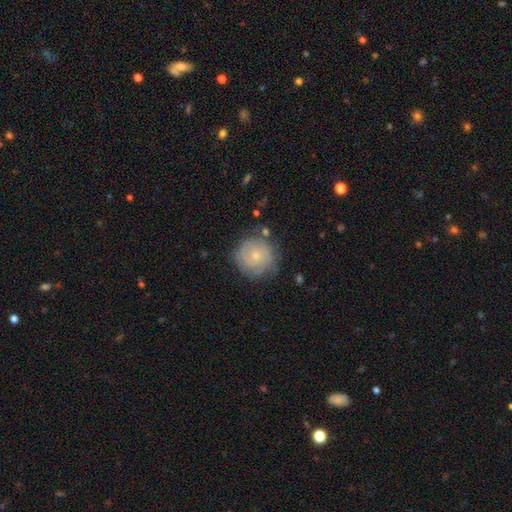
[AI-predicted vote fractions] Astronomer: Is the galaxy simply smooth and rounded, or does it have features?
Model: featured or disk — 47% (runner-up: smooth, 45%).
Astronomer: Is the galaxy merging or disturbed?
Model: none — 72%.